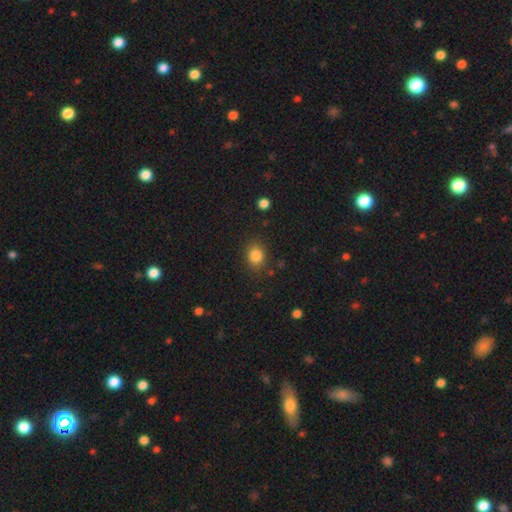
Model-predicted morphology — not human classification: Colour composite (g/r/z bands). It shows a smooth galaxy with no disk features (84%) that is round (52%). Merging: none (83%).